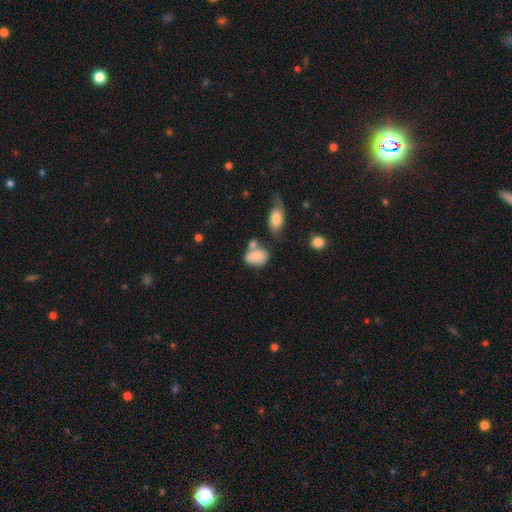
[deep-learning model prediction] Morphology: type=smooth (76%); roundness=in between (79%); merging=none (46%).